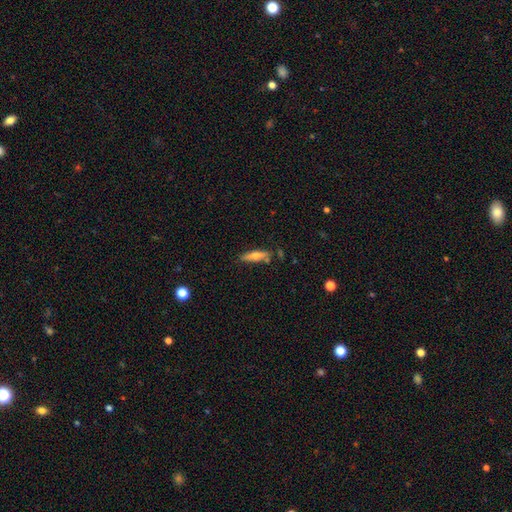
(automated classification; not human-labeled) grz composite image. It shows a smooth galaxy with no disk features (57%) that is cigar-shaped (74%). Merging: none (74%).